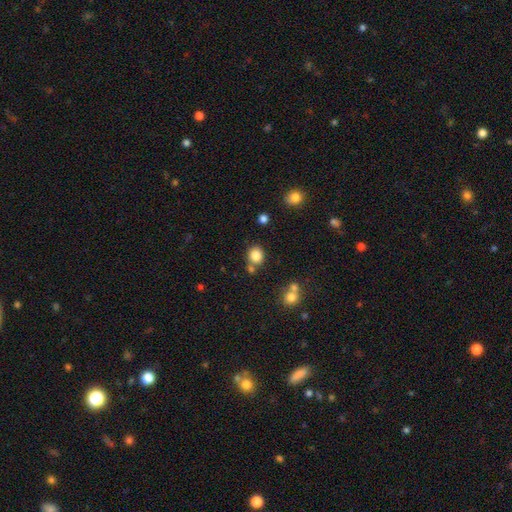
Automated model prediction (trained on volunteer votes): smooth 84%, star or artifact 11%, featured or disk 5%. Down the decision tree: how rounded — round (76%); merging — none (72%).